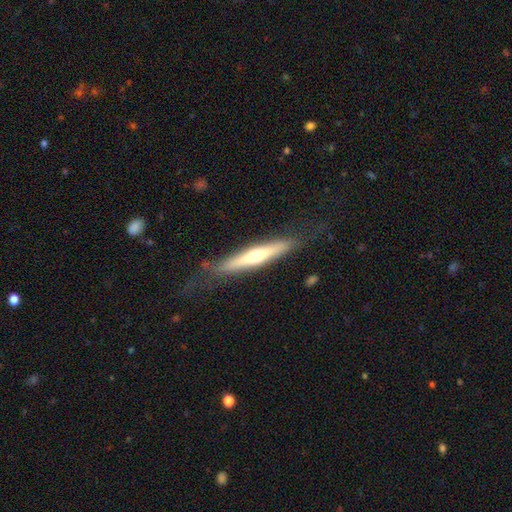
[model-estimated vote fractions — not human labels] featured or disk 57%, smooth 37%, star or artifact 5%. Down the decision tree: edge-on disk — yes (93%); edge-on bulge — rounded (83%); merging — none (76%).